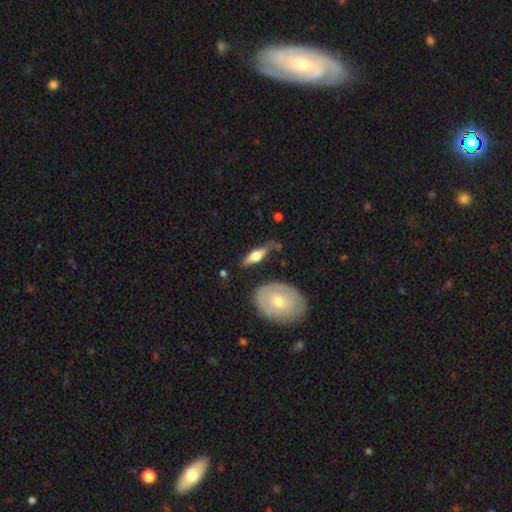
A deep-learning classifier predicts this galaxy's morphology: smooth_or_featured: featured or disk (p=0.56) [alt: smooth p=0.39]
disk_edge_on: yes (p=0.90) [alt: no p=0.10]
merging: none (p=0.66) [alt: minor disturbance p=0.21]